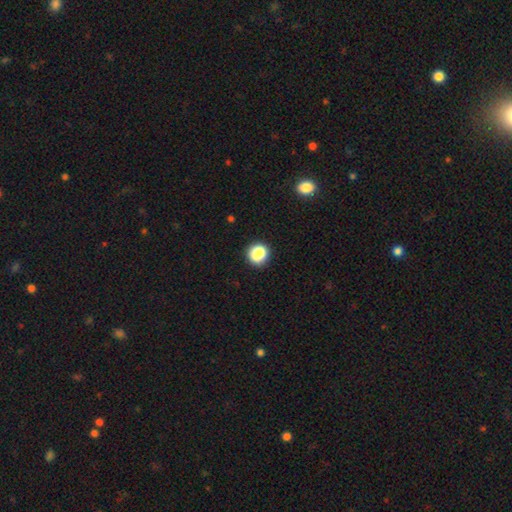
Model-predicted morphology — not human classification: smooth-or-featured: smooth: 82% | star or artifact: 11% | featured or disk: 7%
  how-rounded: round: 87% | in between: 12% | cigar-shaped: 1%
  merging: none: 85% | minor disturbance: 10% | major disturbance: 3% | merger: 2%